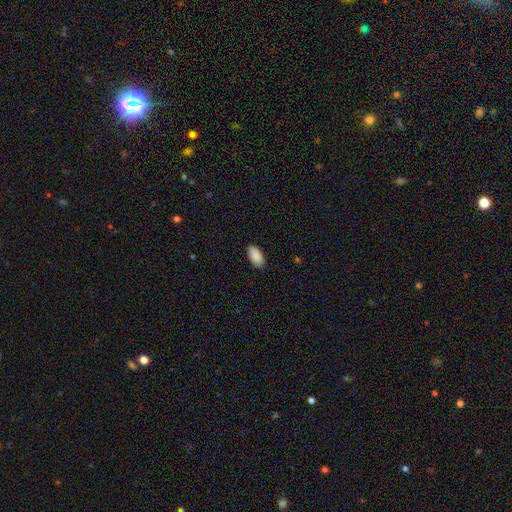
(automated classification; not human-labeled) A smooth galaxy with no disk features (90%) that is in between round and cigar-shaped (95%).

Vote fractions:
- Smooth or featured? smooth: 90% / star or artifact: 7% / featured or disk: 4%
- How rounded? in between: 95% / round: 3% / cigar-shaped: 3%
- Merging? none: 84% / minor disturbance: 13% / major disturbance: 2% / merger: 1%